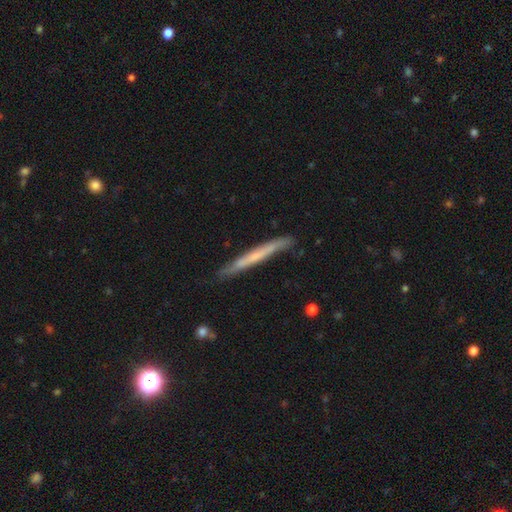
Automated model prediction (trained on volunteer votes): Smooth or featured: featured or disk — 49% (smooth — 45%)
Merging: none — 80% (minor disturbance — 16%)